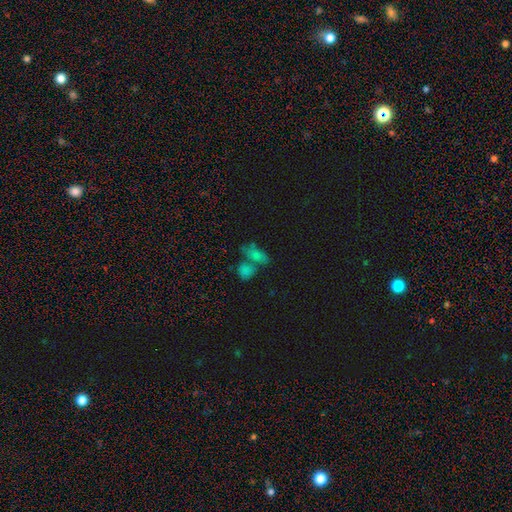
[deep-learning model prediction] smooth-or-featured: smooth: 67% | star or artifact: 18% | featured or disk: 14%
  how-rounded: in between: 75% | round: 16% | cigar-shaped: 10%
  merging: merger: 44% | none: 35% | minor disturbance: 13% | major disturbance: 8%